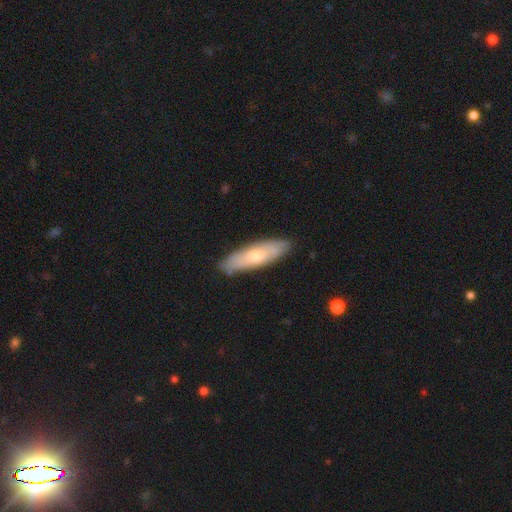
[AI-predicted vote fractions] The model was most divided on "how rounded": cigar-shaped: 61%, in between: 37%, round: 2%. More confident: merging — none (86%); smooth or featured — smooth (60%).